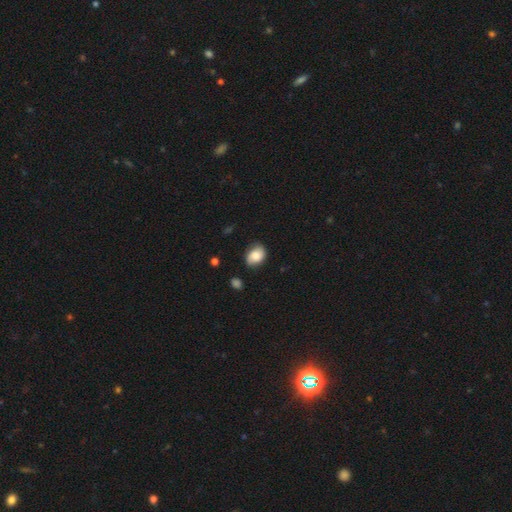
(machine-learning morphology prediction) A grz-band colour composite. It shows a smooth galaxy with no disk features (75%) that is in between round and cigar-shaped (72%). Merging: none (67%).